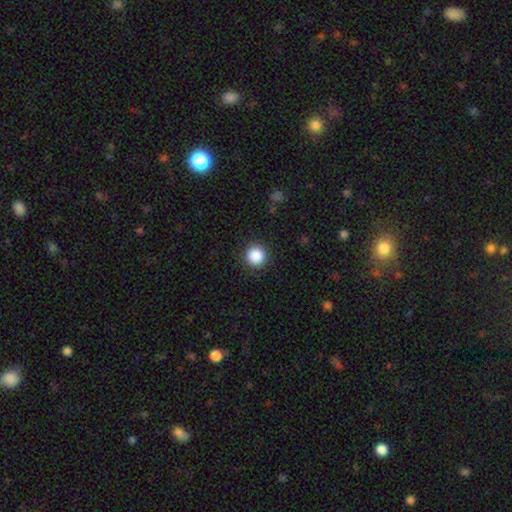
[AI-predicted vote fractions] Overall: smooth (87%). How rounded: round (96%). Merging: none (91%).